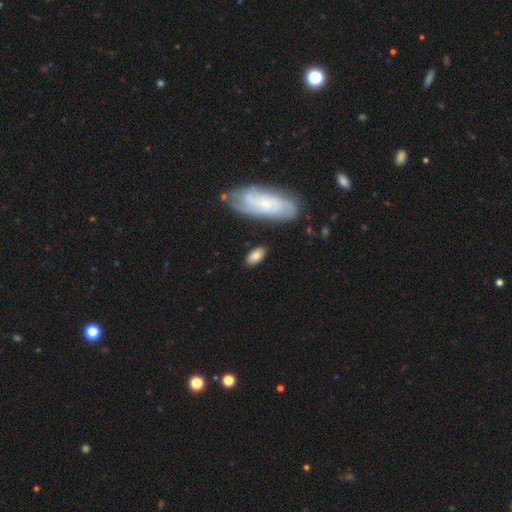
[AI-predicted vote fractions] A smooth galaxy with no disk features (77%) that is in between round and cigar-shaped (88%). Merging: none (79%).